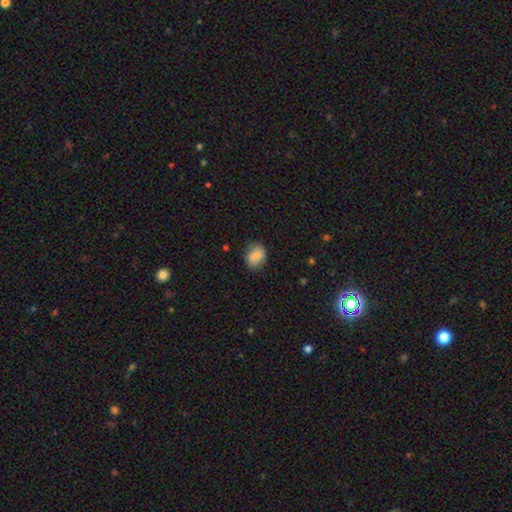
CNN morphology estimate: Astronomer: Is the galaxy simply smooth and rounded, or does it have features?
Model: smooth — 82%.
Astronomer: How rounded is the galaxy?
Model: in between — 56% (runner-up: round, 43%).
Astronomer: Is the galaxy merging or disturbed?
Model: none — 78%.